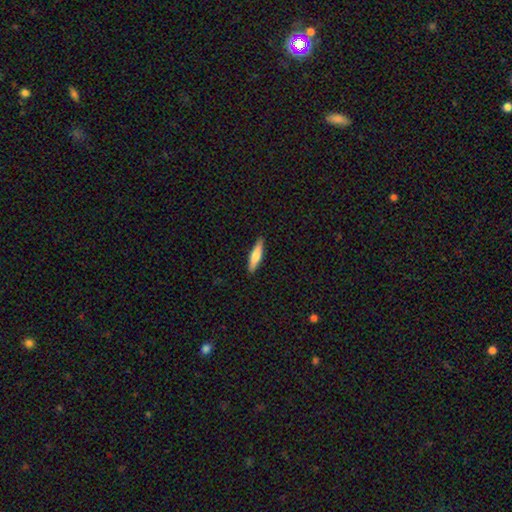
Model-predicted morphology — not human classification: This appears to be a smooth galaxy with no disk features (66%) that is cigar-shaped (79%). Merging: none (89%).